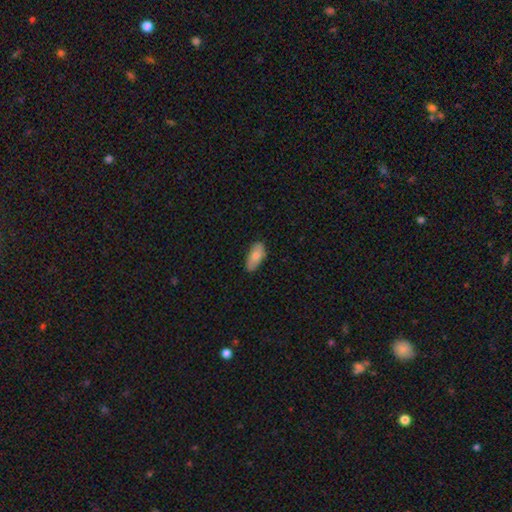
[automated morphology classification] smooth_or_featured: smooth (p=0.78) [alt: featured or disk p=0.16]
how_rounded: in between (p=0.90) [alt: cigar-shaped p=0.08]
merging: none (p=0.78) [alt: minor disturbance p=0.18]